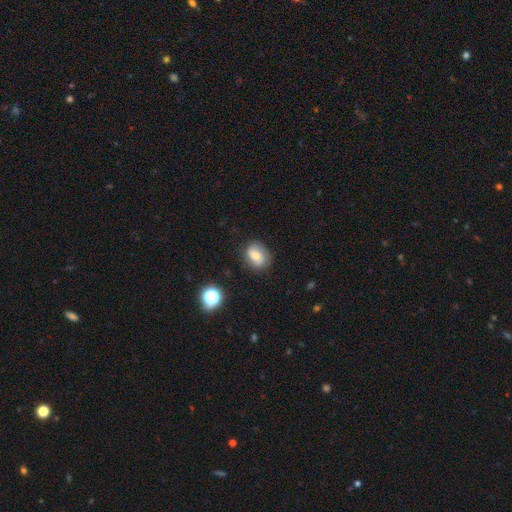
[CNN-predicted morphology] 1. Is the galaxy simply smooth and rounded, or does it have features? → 65% smooth, 23% featured or disk, 11% star or artifact.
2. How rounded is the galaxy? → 58% in between, 40% round, 1% cigar-shaped.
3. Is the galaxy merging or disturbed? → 77% none, 17% minor disturbance, 4% major disturbance, 2% merger.